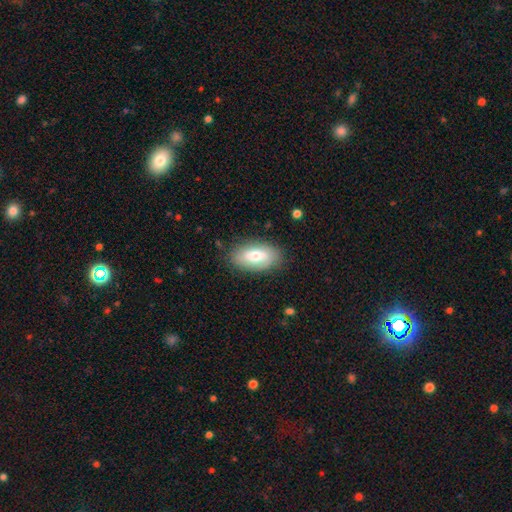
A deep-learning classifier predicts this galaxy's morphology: Smooth or featured? smooth (66%)
How rounded? in between (92%)
Merging? none (83%)